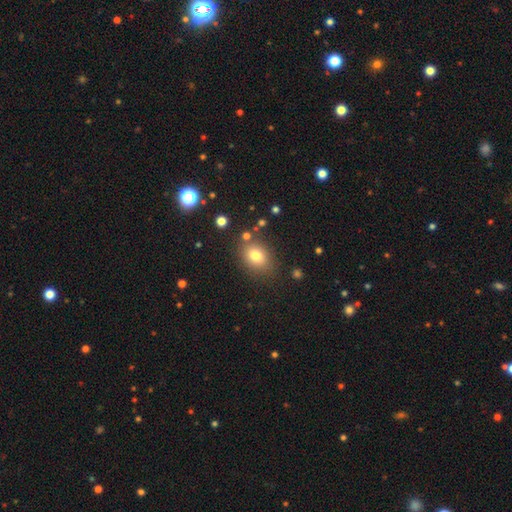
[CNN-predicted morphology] Smooth or featured: smooth — 78% (star or artifact — 12%)
How rounded: in between — 58% (round — 41%)
Merging: none — 78% (minor disturbance — 12%)